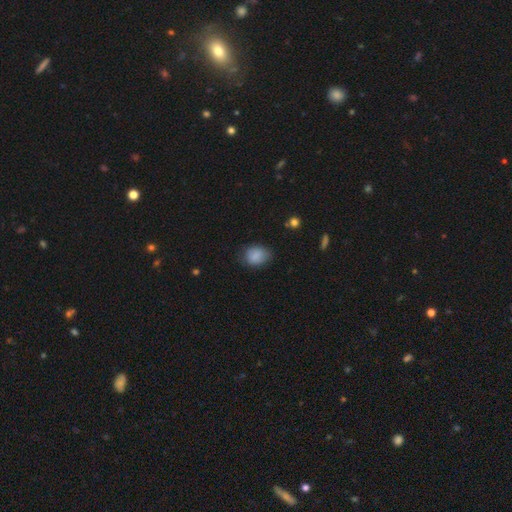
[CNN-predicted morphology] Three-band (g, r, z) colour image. It shows a smooth galaxy with no disk features (84%) that is in between round and cigar-shaped (59%). Merging: none (66%).